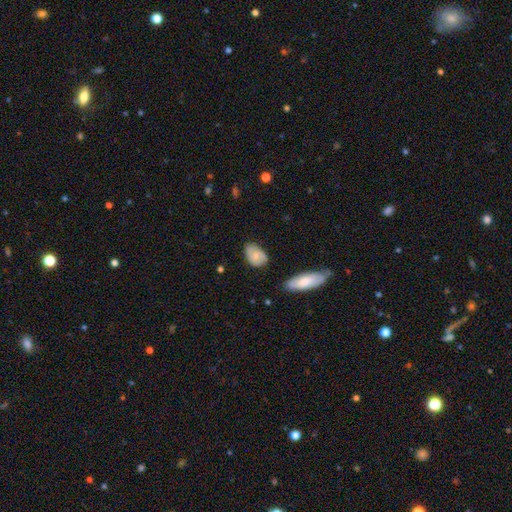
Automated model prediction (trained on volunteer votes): smooth 68%, featured or disk 26%, star or artifact 7%. Down the decision tree: how rounded — in between (86%); merging — none (58%).